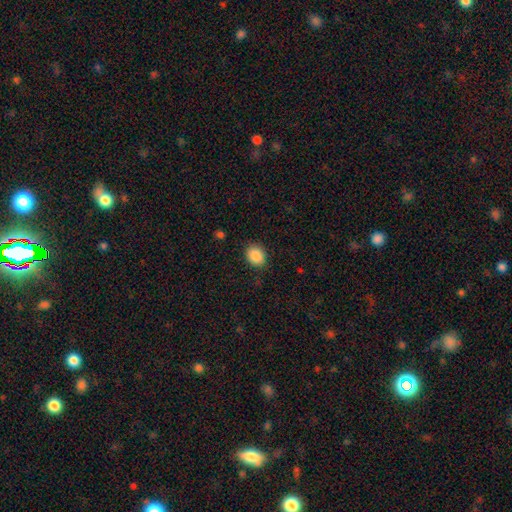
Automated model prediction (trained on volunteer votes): smooth 88%, star or artifact 8%, featured or disk 3%. Down the decision tree: how rounded — in between (51%); merging — none (86%).